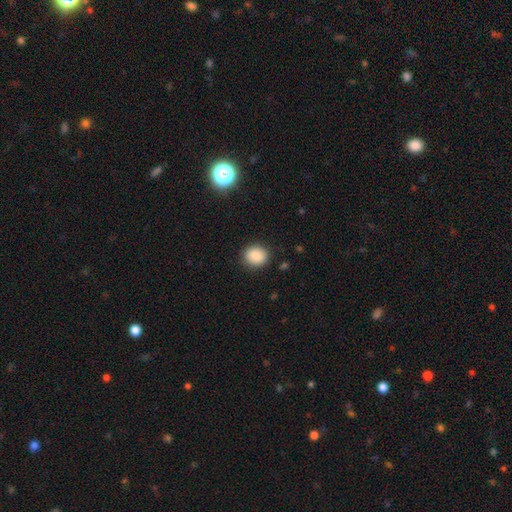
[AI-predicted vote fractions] Q: Smooth or featured?
A: smooth (86%); runner-up: star or artifact (9%)
Q: How rounded?
A: round (77%); runner-up: in between (22%)
Q: Merging?
A: none (89%); runner-up: minor disturbance (8%)